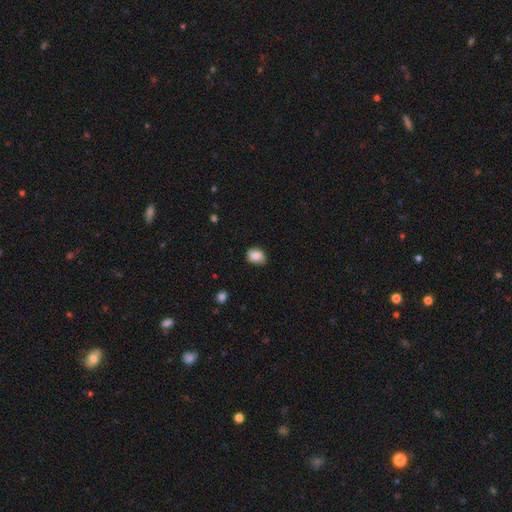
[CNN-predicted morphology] Smooth or featured?
  - smooth: 85% *
  - star or artifact: 8%
  - featured or disk: 7%
How rounded?
  - in between: 62% *
  - round: 37%
  - cigar-shaped: 1%
Merging?
  - none: 73% *
  - minor disturbance: 22%
  - major disturbance: 4%
  - merger: 1%